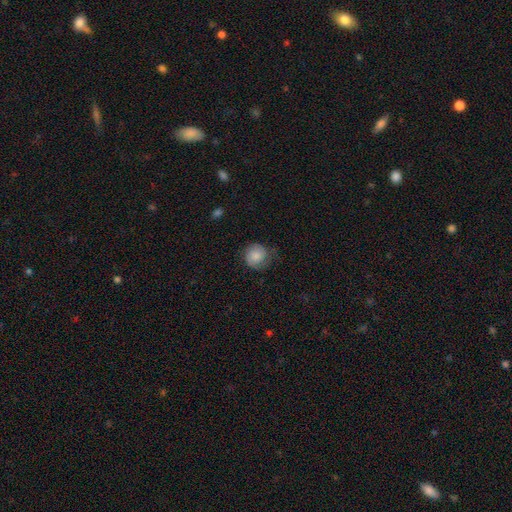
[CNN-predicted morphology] Smooth or featured?
  - smooth: 72% *
  - featured or disk: 21%
  - star or artifact: 7%
How rounded?
  - round: 86% *
  - in between: 13%
  - cigar-shaped: 1%
Merging?
  - none: 59% *
  - minor disturbance: 27%
  - major disturbance: 13%
  - merger: 1%